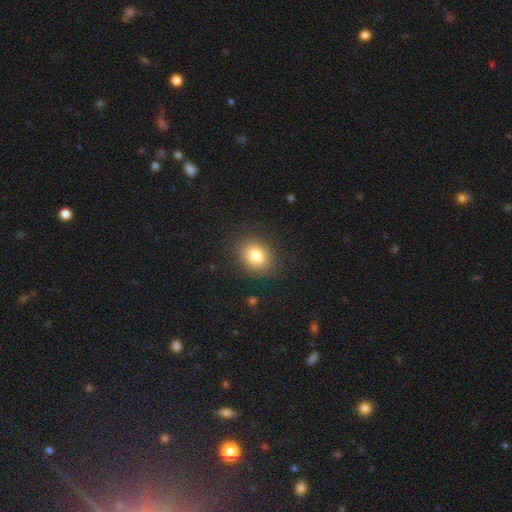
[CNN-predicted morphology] This is clearly a smooth galaxy (81%). How rounded: possibly round (59%). Merging: clearly none (86%).